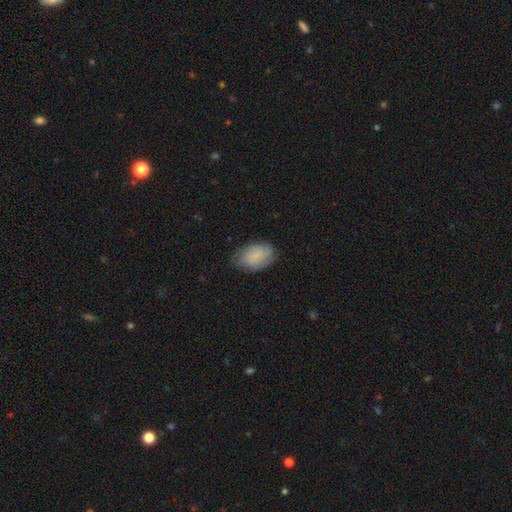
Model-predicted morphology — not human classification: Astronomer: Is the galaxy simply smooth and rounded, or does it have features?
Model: smooth — 74%.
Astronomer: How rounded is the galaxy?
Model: in between — 91%.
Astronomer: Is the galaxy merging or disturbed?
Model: none — 75%.